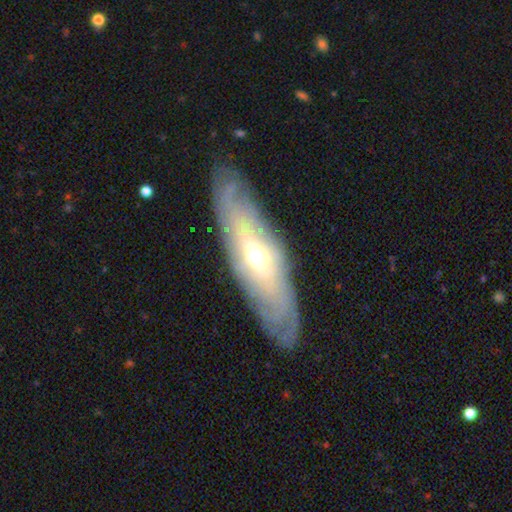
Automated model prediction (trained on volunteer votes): Morphology: type=featured or disk (69%); edge-on=no (60%); merging=none (78%).